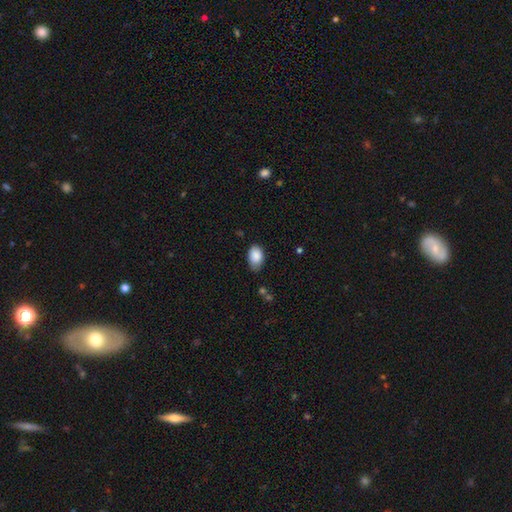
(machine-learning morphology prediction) Smooth or featured? smooth (88%)
How rounded? in between (89%)
Merging? none (63%)